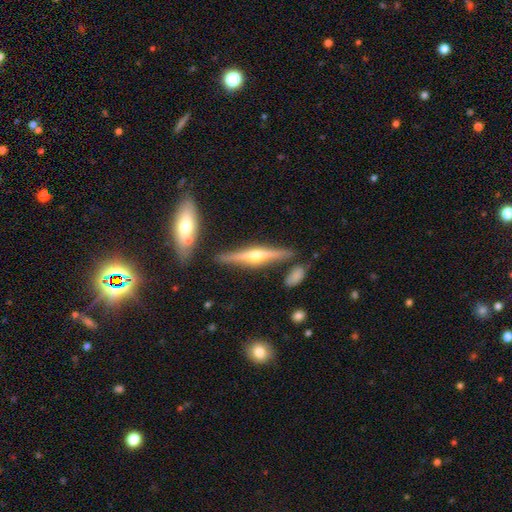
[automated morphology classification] A featured or disk galaxy (77%) viewed edge-on (97%) with a rounded central bulge (91%). Merging: none (82%).